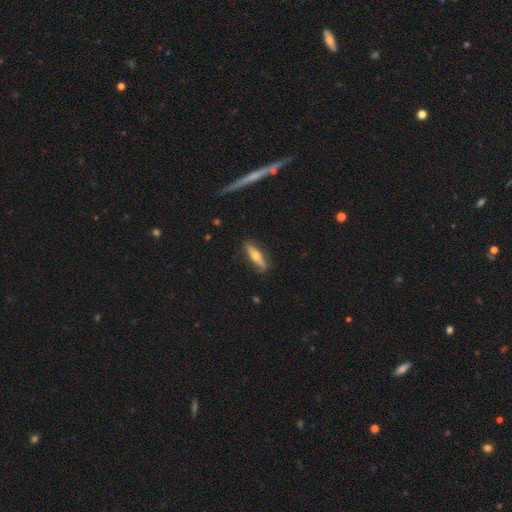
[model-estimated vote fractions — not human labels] Smooth or featured: smooth — 49% (featured or disk — 45%)
Merging: none — 82% (minor disturbance — 14%)